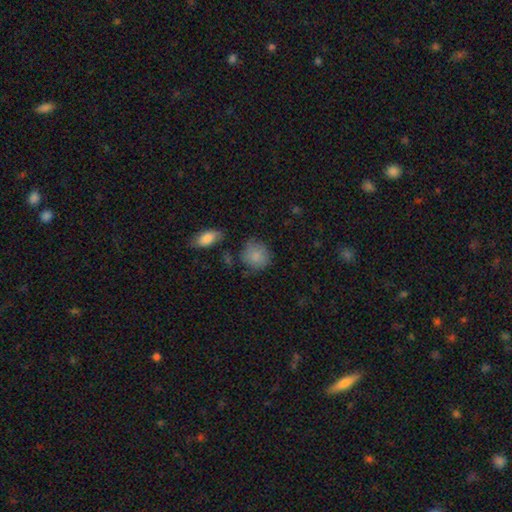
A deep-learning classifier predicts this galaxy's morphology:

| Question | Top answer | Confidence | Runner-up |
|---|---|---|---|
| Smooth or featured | smooth | 85% | featured or disk (8%) |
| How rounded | round | 85% | in between (14%) |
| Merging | none | 72% | minor disturbance (18%) |